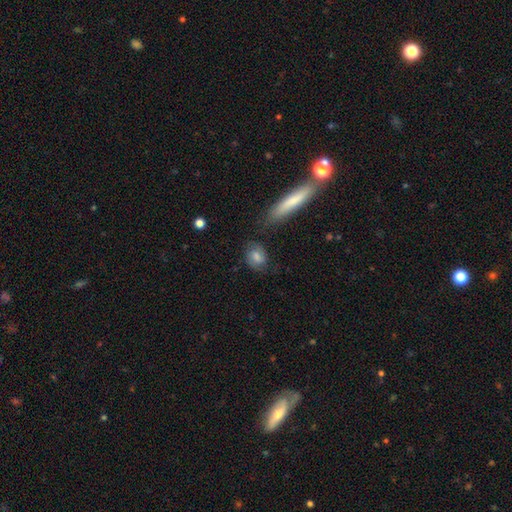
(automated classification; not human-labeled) smooth-or-featured: smooth: 67% | featured or disk: 24% | star or artifact: 9%
  how-rounded: in between: 59% | round: 34% | cigar-shaped: 7%
  merging: none: 72% | minor disturbance: 17% | major disturbance: 6% | merger: 5%